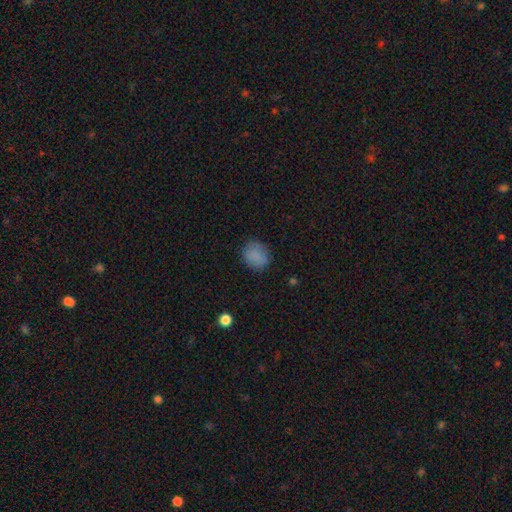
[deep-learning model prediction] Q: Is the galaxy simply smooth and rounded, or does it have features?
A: smooth — 84%.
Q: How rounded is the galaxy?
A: round — 66%.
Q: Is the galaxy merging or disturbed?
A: none — 79%.